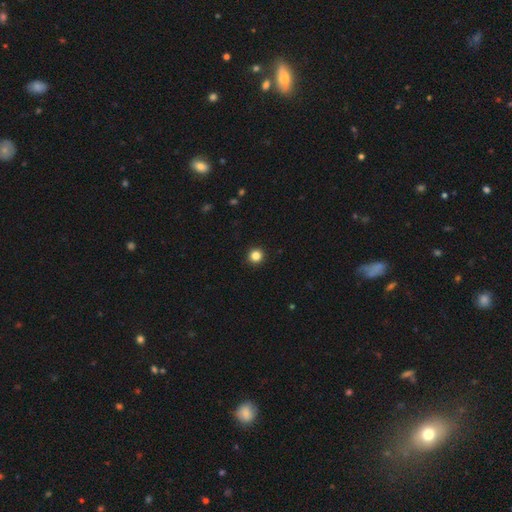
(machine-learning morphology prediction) A smooth galaxy with no disk features (84%) that is round (96%). Merging: none (94%).